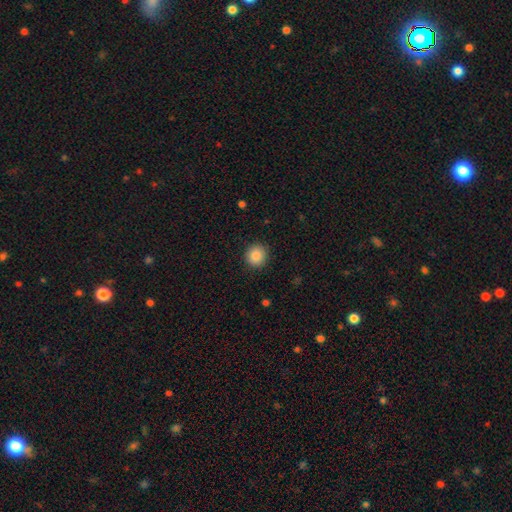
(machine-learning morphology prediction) Smooth or featured?
  - smooth: 85% *
  - star or artifact: 10%
  - featured or disk: 5%
How rounded?
  - round: 92% *
  - in between: 7%
  - cigar-shaped: 1%
Merging?
  - none: 91% *
  - minor disturbance: 6%
  - major disturbance: 2%
  - merger: 1%